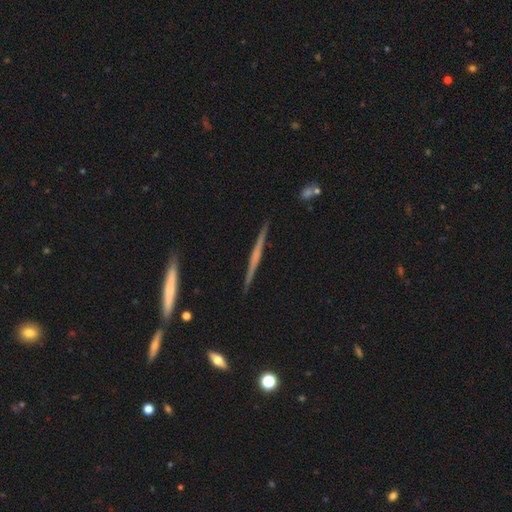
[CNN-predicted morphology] type=featured or disk (69%); edge-on=yes (98%); edge-on bulge=none (63%); merging=none (90%).